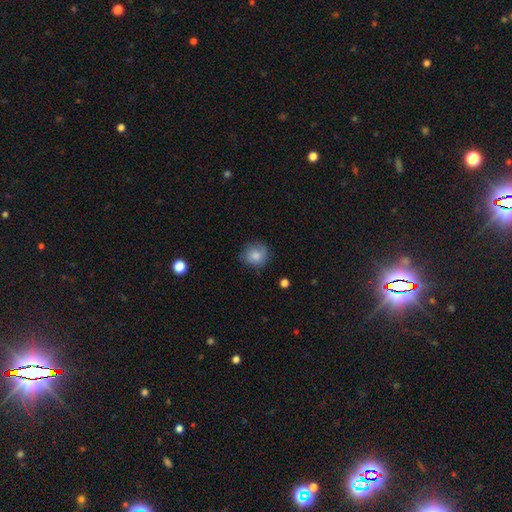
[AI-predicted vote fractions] Q: Smooth or featured?
A: smooth (80%); runner-up: featured or disk (11%)
Q: How rounded?
A: round (85%); runner-up: in between (14%)
Q: Merging?
A: none (75%); runner-up: minor disturbance (19%)